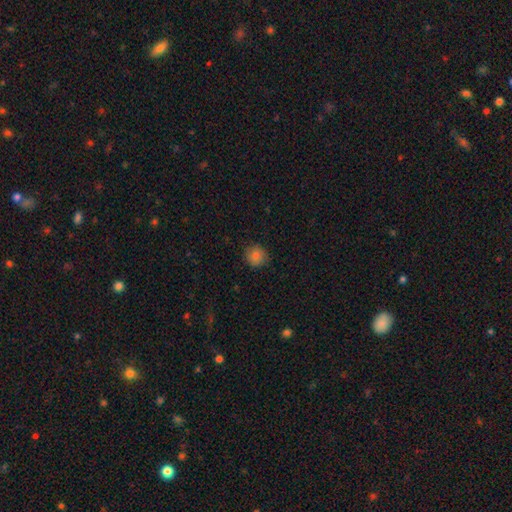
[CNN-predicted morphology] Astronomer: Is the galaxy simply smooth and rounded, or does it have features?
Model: smooth — 82%.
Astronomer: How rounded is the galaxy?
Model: round — 90%.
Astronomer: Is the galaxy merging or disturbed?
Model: none — 87%.